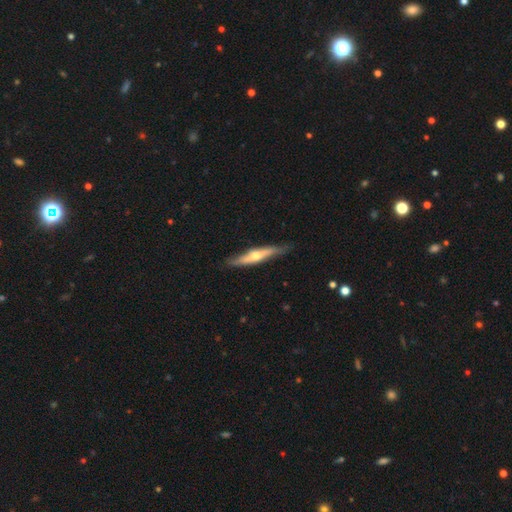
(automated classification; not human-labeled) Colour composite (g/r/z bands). It shows a featured or disk galaxy (61%) viewed edge-on (88%) with a rounded central bulge (89%). Merging: none (79%).